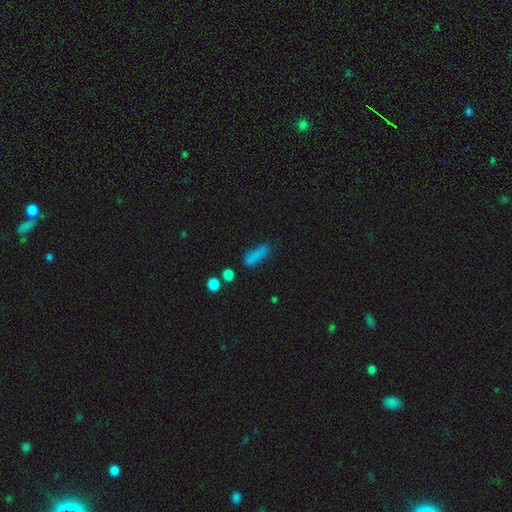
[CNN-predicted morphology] This appears to be a smooth galaxy with no disk features (74%) that is in between round and cigar-shaped (52%). Merging: none (49%).